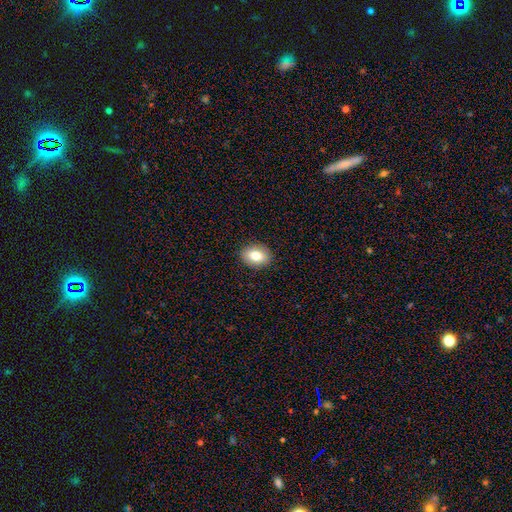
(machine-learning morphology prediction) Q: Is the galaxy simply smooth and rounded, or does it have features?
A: smooth — 80%.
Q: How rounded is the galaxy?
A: in between — 69%.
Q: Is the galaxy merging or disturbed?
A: none — 90%.